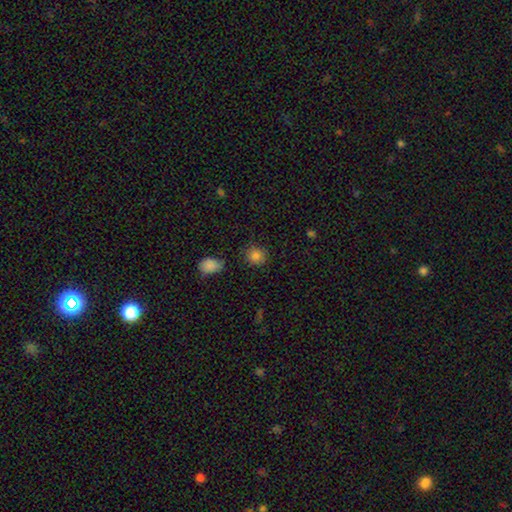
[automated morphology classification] Smooth or featured?
  - smooth: 84% *
  - star or artifact: 11%
  - featured or disk: 5%
How rounded?
  - round: 84% *
  - in between: 15%
  - cigar-shaped: 1%
Merging?
  - none: 82% *
  - minor disturbance: 12%
  - major disturbance: 3%
  - merger: 2%